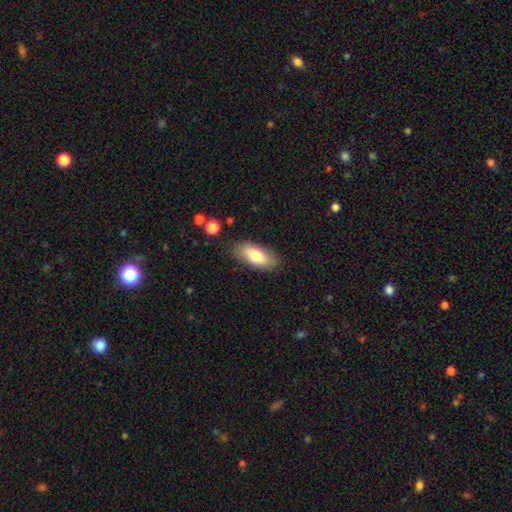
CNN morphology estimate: Q: Smooth or featured?
A: smooth (75%); runner-up: featured or disk (18%)
Q: How rounded?
A: in between (85%); runner-up: cigar-shaped (12%)
Q: Merging?
A: none (83%); runner-up: minor disturbance (12%)